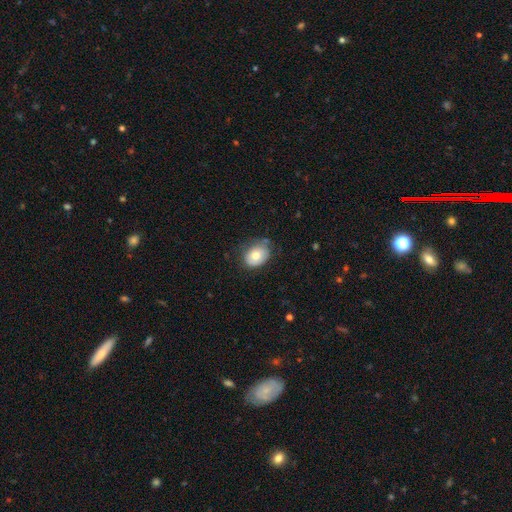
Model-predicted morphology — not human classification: Smooth or featured? Predicted: smooth (p=0.71). How rounded? Predicted: in between (p=0.63). Merging? Predicted: none (p=0.63).